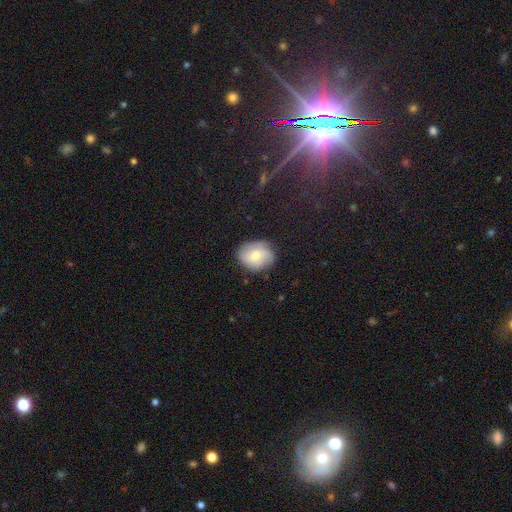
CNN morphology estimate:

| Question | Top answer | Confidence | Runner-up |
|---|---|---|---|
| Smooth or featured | smooth | 58% | featured or disk (33%) |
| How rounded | in between | 56% | round (43%) |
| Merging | none | 72% | minor disturbance (21%) |